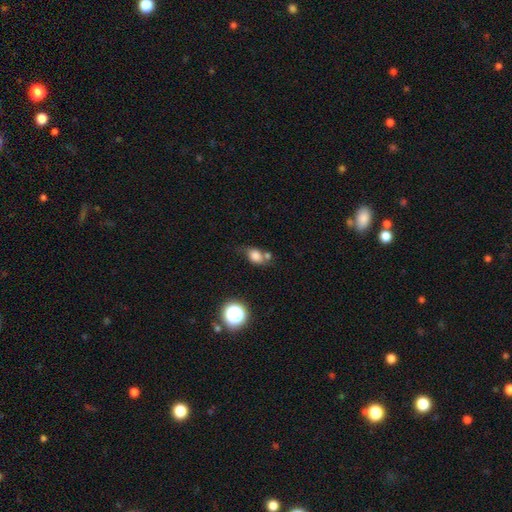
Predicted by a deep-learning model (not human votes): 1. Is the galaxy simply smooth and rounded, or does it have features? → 77% smooth, 13% star or artifact, 10% featured or disk.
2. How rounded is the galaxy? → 63% in between, 35% round, 2% cigar-shaped.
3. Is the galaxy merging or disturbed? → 42% none, 24% merger, 23% minor disturbance, 10% major disturbance.